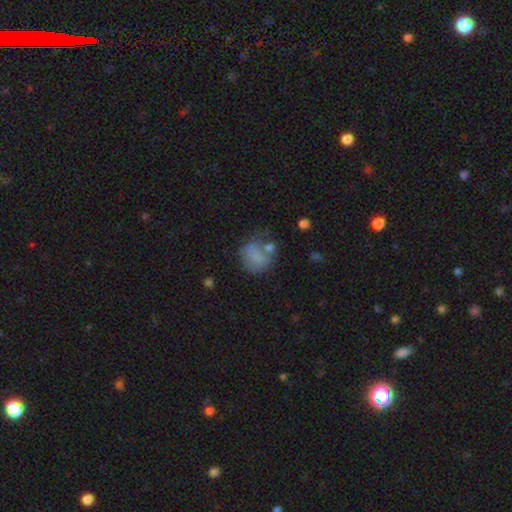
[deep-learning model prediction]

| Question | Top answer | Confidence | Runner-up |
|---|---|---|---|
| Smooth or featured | smooth | 68% | featured or disk (21%) |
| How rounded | round | 64% | in between (35%) |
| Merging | none | 42% | minor disturbance (24%) |